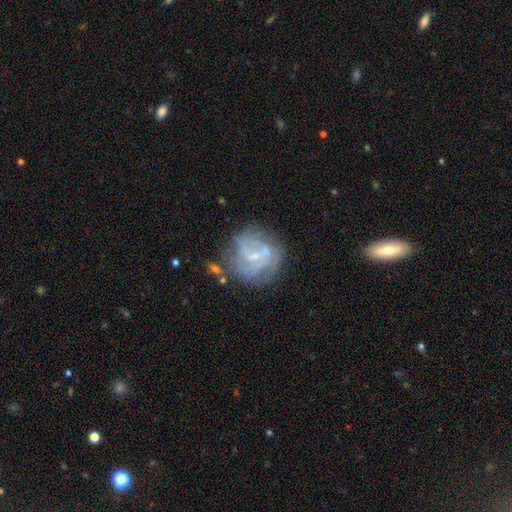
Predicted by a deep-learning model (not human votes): Smooth or featured?
  - featured or disk: 66% *
  - smooth: 25%
  - star or artifact: 9%
Edge-on disk?
  - no: 97% *
  - yes: 3%
Bar?
  - weak: 45% *
  - no: 44%
  - strong: 11%
Spiral arms?
  - yes: 65% *
  - no: 35%
Bulge size?
  - small: 66% *
  - moderate: 18%
  - none: 14%
  - large: 1%
  - dominant: 1%
Merging?
  - none: 58% *
  - minor disturbance: 20%
  - major disturbance: 14%
  - merger: 7%